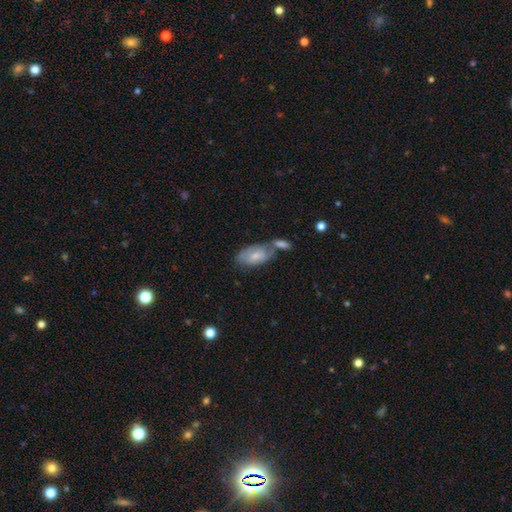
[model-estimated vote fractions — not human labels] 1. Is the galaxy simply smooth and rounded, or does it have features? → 58% smooth, 35% featured or disk, 7% star or artifact.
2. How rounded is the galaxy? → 91% in between, 5% cigar-shaped, 4% round.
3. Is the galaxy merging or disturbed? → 41% merger, 34% none, 17% minor disturbance, 8% major disturbance.